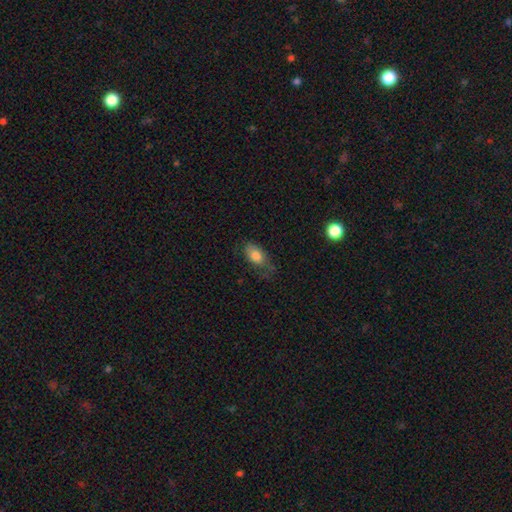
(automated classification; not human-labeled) This is likely a smooth galaxy (77%). How rounded: clearly in between (90%). Merging: possibly none (50%).